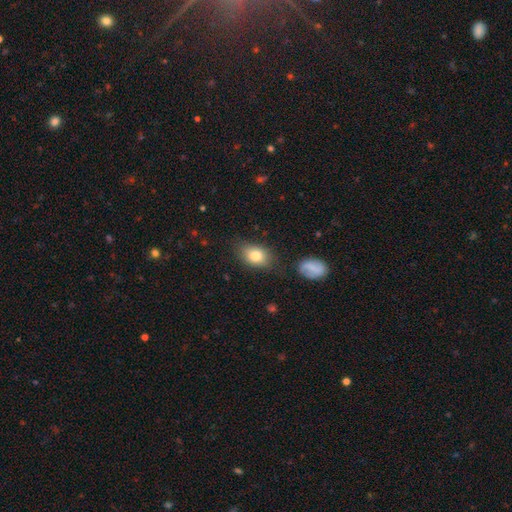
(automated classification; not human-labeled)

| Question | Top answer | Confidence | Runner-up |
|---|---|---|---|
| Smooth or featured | smooth | 80% | featured or disk (11%) |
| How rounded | in between | 75% | round (23%) |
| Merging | none | 74% | minor disturbance (17%) |